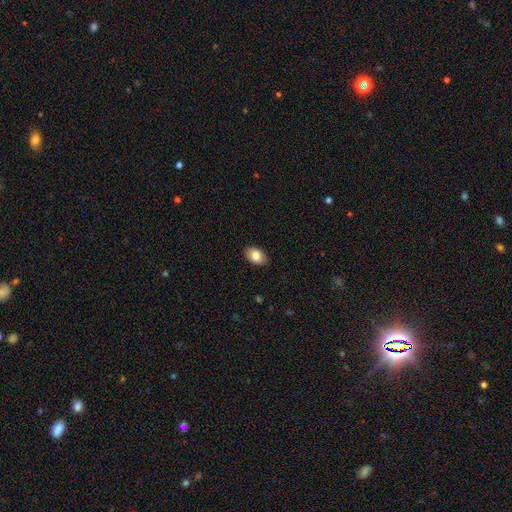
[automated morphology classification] This is clearly a smooth galaxy (83%). How rounded: clearly in between (89%). Merging: clearly none (88%).